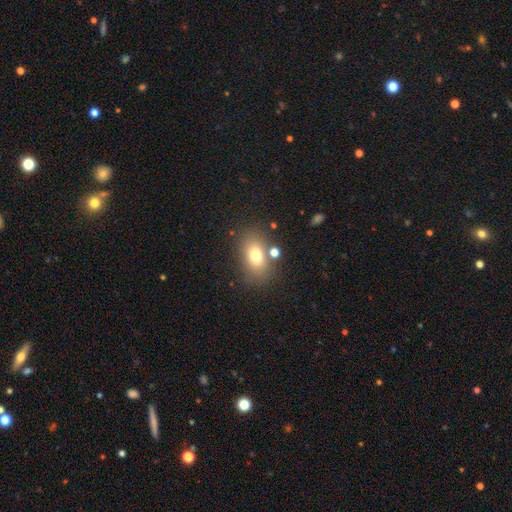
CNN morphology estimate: Q: Smooth or featured?
A: smooth (74%); runner-up: featured or disk (14%)
Q: How rounded?
A: in between (79%); runner-up: round (19%)
Q: Merging?
A: none (74%); runner-up: minor disturbance (12%)